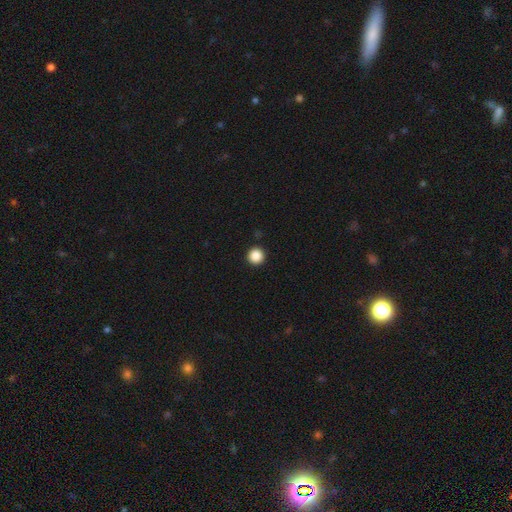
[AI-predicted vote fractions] The model was most divided on "smooth or featured": smooth: 87%, star or artifact: 10%, featured or disk: 3%. More confident: how rounded — round (97%); merging — none (94%).